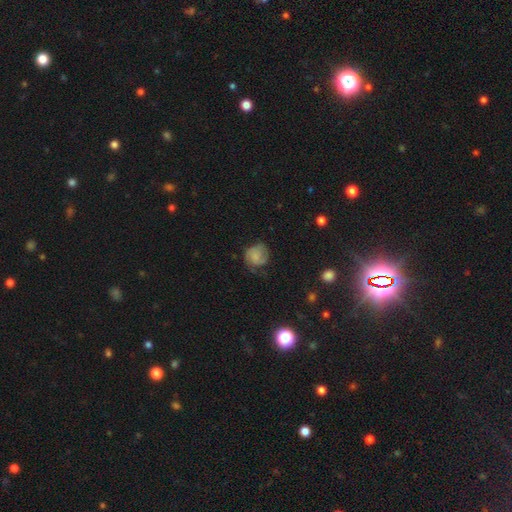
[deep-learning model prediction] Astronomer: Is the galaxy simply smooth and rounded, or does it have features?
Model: smooth — 61%.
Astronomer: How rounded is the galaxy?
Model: round — 75%.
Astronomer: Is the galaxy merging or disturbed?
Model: none — 50% (runner-up: minor disturbance, 30%).